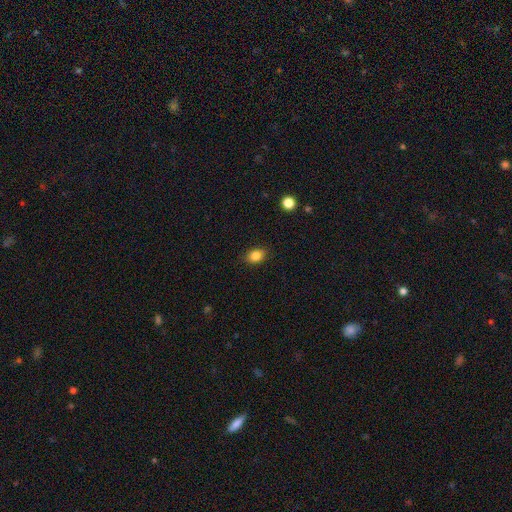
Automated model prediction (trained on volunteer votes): The model was most divided on "how rounded": in between: 66%, round: 33%, cigar-shaped: 1%. More confident: merging — none (86%); smooth or featured — smooth (84%).